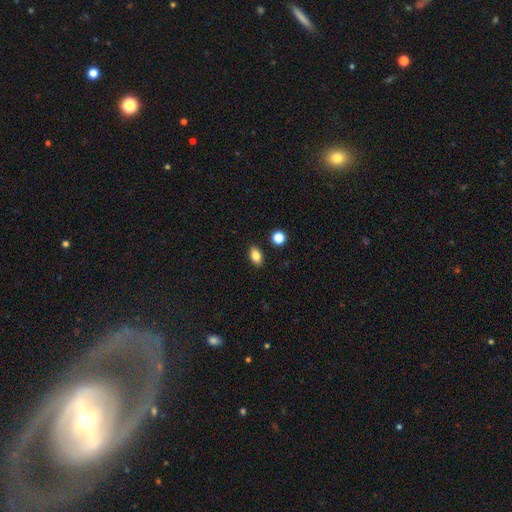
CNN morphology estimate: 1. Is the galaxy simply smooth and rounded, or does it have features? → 82% smooth, 10% star or artifact, 8% featured or disk.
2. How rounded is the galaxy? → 84% in between, 13% round, 3% cigar-shaped.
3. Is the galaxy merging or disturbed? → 88% none, 8% minor disturbance, 2% merger, 2% major disturbance.